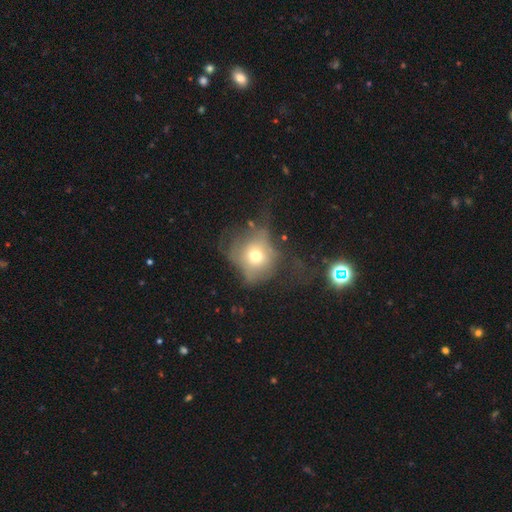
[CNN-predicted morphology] smooth 56%, featured or disk 31%, star or artifact 13%. Down the decision tree: how rounded — round (73%); merging — major disturbance (42%).